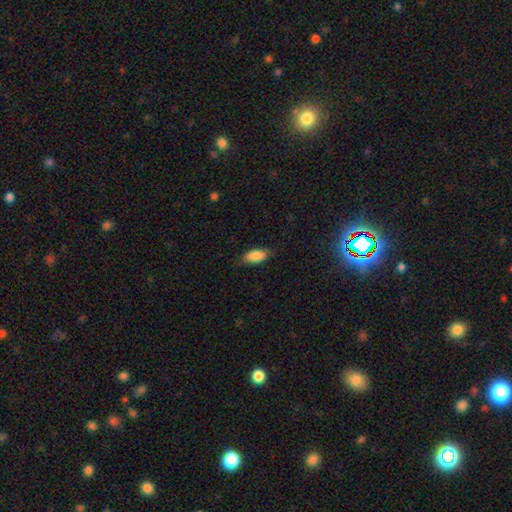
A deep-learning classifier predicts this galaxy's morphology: The model was most divided on "merging": none: 72%, minor disturbance: 22%, major disturbance: 5%, merger: 1%. More confident: how rounded — in between (89%); smooth or featured — smooth (84%).